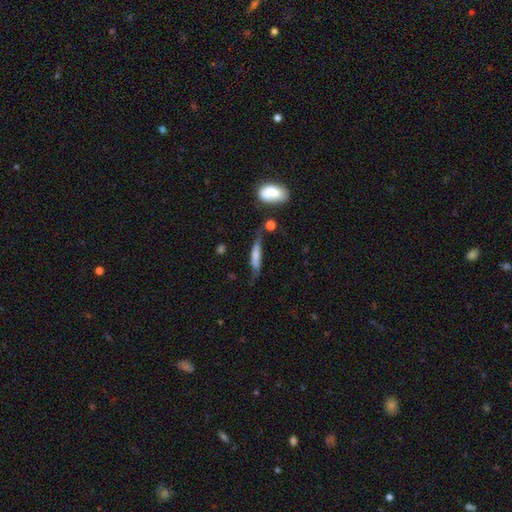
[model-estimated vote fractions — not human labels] smooth-or-featured: smooth: 61% | featured or disk: 32% | star or artifact: 8%
  how-rounded: cigar-shaped: 79% | in between: 18% | round: 3%
  merging: none: 44% | minor disturbance: 30% | major disturbance: 16% | merger: 9%